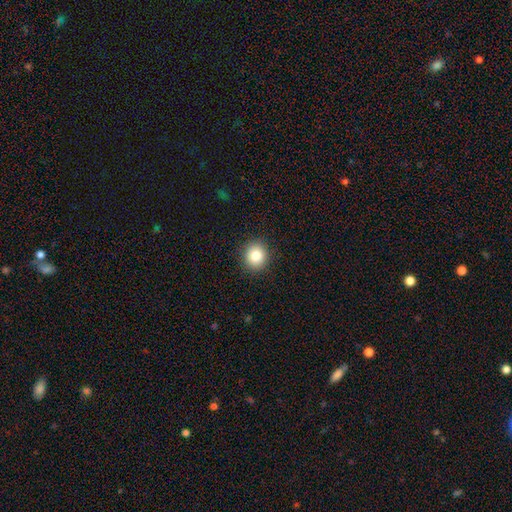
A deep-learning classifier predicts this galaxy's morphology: The model was most divided on "how rounded": round: 83%, in between: 16%, cigar-shaped: 1%. More confident: merging — none (91%); smooth or featured — smooth (83%).